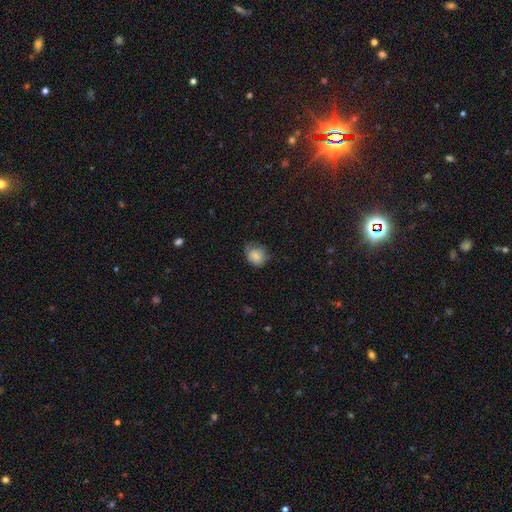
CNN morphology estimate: Smooth or featured? Predicted: smooth (p=0.79). How rounded? Predicted: round (p=0.69). Merging? Predicted: none (p=0.56).